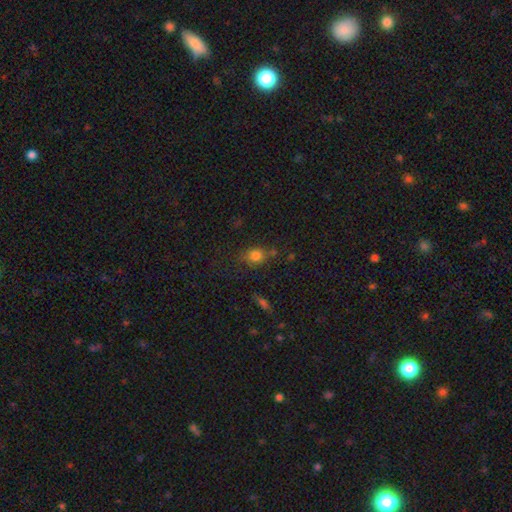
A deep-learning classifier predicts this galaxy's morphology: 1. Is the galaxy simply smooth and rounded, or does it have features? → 78% smooth, 13% star or artifact, 9% featured or disk.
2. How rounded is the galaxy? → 62% round, 36% in between, 2% cigar-shaped.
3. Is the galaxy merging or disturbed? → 65% none, 20% minor disturbance, 7% major disturbance, 7% merger.